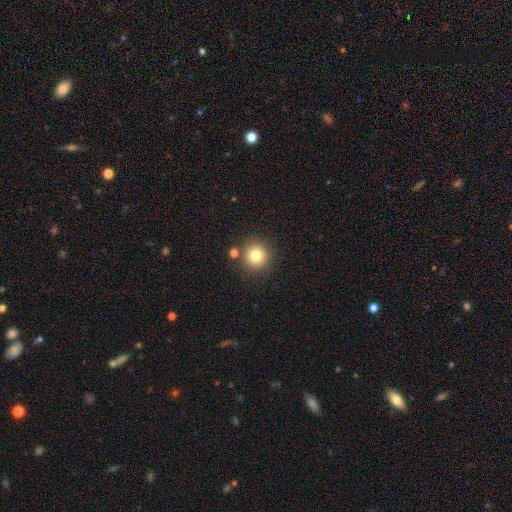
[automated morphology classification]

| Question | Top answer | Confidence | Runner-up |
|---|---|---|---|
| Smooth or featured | smooth | 79% | star or artifact (13%) |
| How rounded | round | 95% | in between (5%) |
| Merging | none | 84% | minor disturbance (7%) |